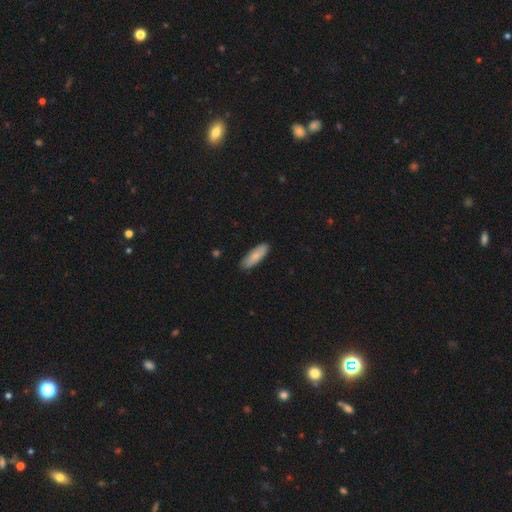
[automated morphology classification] Smooth or featured?
  - smooth: 80% *
  - featured or disk: 15%
  - star or artifact: 5%
How rounded?
  - in between: 55% *
  - cigar-shaped: 43%
  - round: 2%
Merging?
  - none: 86% *
  - minor disturbance: 11%
  - major disturbance: 2%
  - merger: 1%